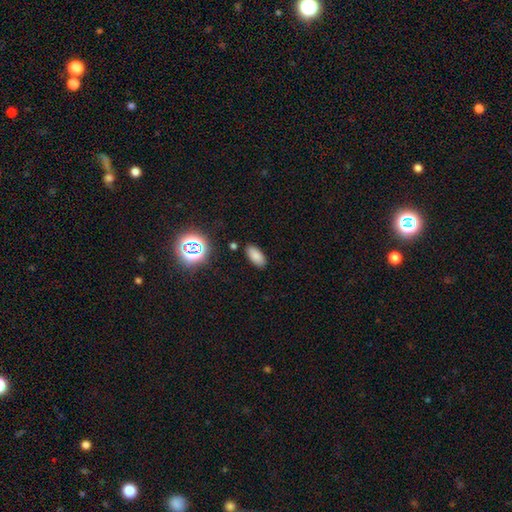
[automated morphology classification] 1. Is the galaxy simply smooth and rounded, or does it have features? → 80% smooth, 14% star or artifact, 6% featured or disk.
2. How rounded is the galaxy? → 90% in between, 7% cigar-shaped, 3% round.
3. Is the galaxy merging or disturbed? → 87% none, 9% minor disturbance, 2% major disturbance, 2% merger.